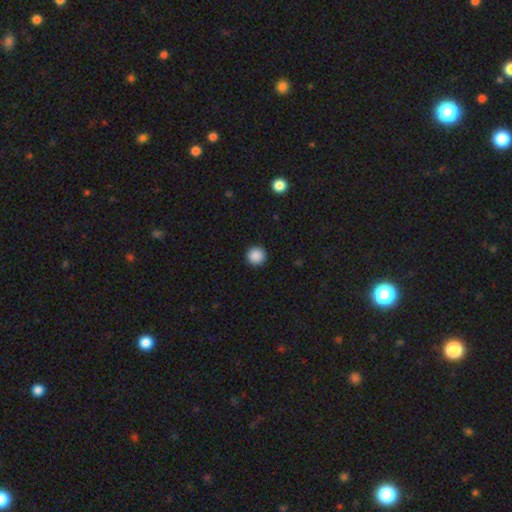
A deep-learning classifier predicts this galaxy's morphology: This appears to be a smooth galaxy with no disk features (89%) that is round (96%). Merging: none (93%).